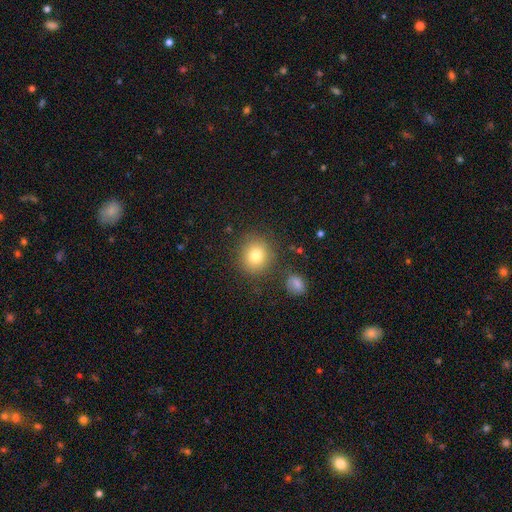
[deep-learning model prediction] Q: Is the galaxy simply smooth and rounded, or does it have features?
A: smooth — 80%.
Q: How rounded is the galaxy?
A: round — 85%.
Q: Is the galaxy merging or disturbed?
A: none — 83%.